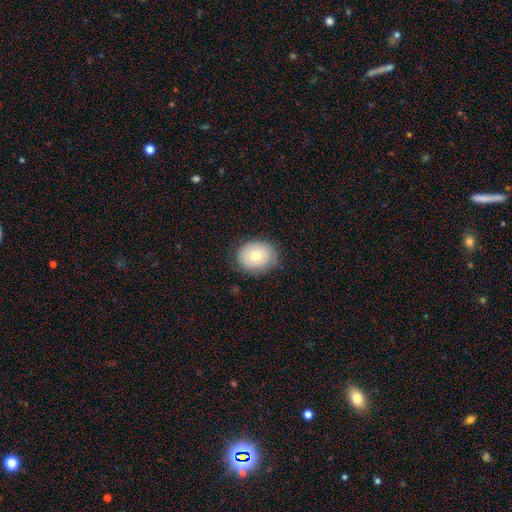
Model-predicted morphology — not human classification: The model was most divided on "how rounded": round: 62%, in between: 37%, cigar-shaped: 1%. More confident: merging — none (80%); smooth or featured — smooth (73%).